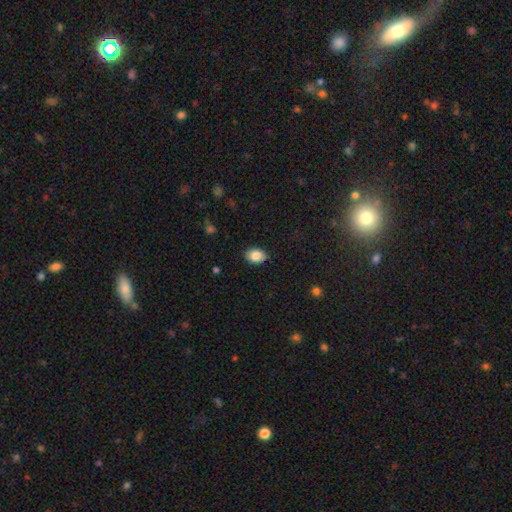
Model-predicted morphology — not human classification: The model was most divided on "how rounded": in between: 78%, round: 21%, cigar-shaped: 1%. More confident: merging — none (87%); smooth or featured — smooth (86%).